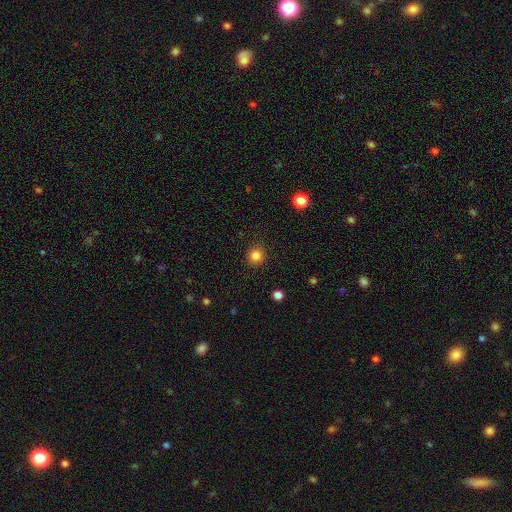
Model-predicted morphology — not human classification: Overall: smooth (84%). How rounded: round (92%). Merging: none (90%).